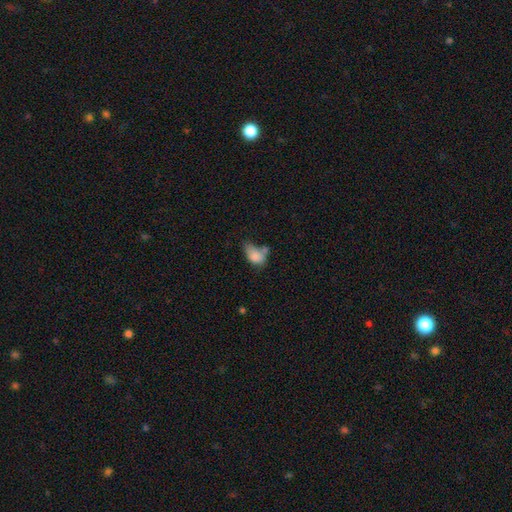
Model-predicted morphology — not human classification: A smooth galaxy with no disk features (79%) that is in between round and cigar-shaped (85%).

Vote fractions:
- Smooth or featured? smooth: 79% / featured or disk: 13% / star or artifact: 9%
- How rounded? in between: 85% / round: 13% / cigar-shaped: 3%
- Merging? minor disturbance: 29% / merger: 26% / none: 25% / major disturbance: 20%